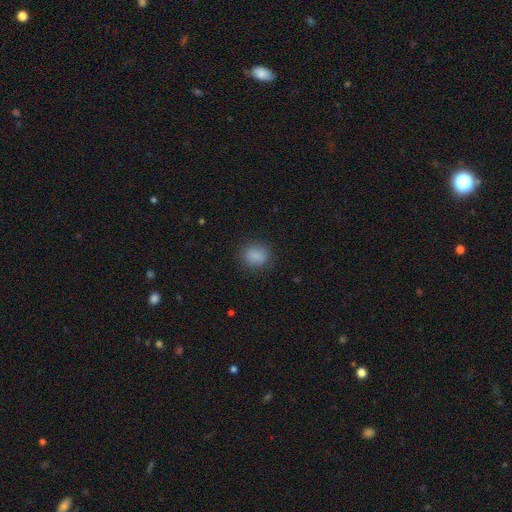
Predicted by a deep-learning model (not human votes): A smooth galaxy with no disk features (86%) that is round (70%). Merging: none (85%).